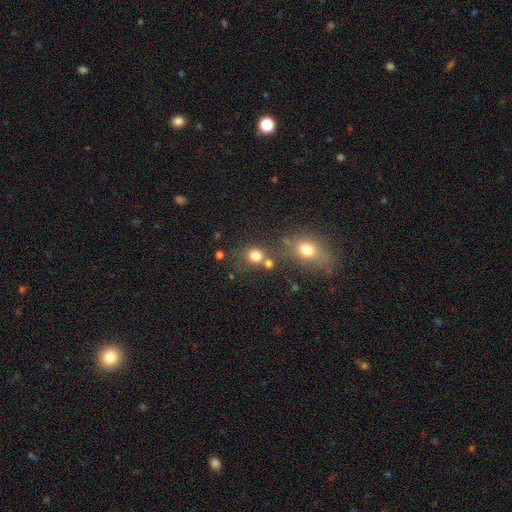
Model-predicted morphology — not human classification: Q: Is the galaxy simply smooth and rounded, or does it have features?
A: smooth — 76%.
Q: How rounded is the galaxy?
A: round — 80%.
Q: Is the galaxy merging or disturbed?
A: none — 57%.